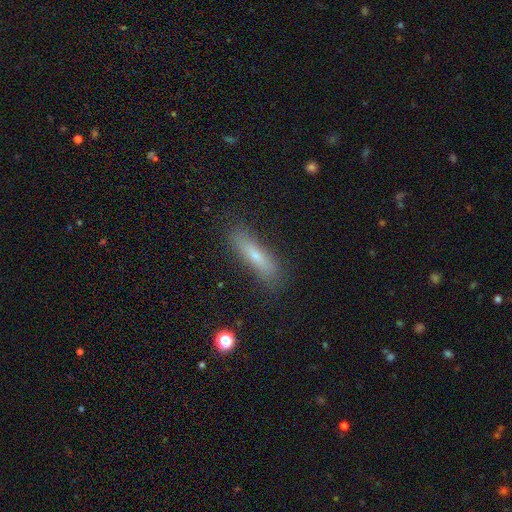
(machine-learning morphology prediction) Q: Smooth or featured?
A: smooth (64%); runner-up: featured or disk (27%)
Q: How rounded?
A: cigar-shaped (77%); runner-up: in between (21%)
Q: Merging?
A: none (81%); runner-up: minor disturbance (13%)